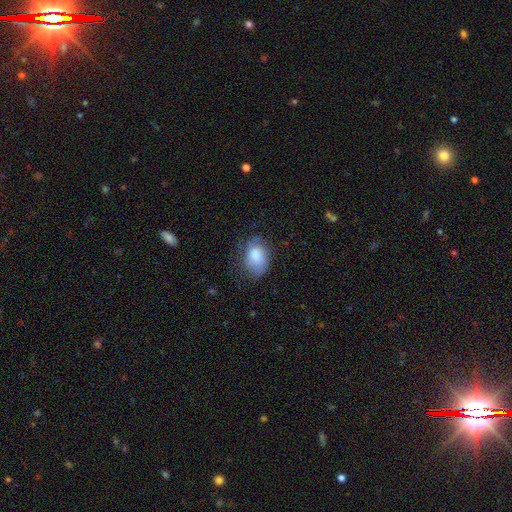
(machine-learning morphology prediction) A smooth galaxy with no disk features (79%) that is in between round and cigar-shaped (74%). Merging: none (52%).